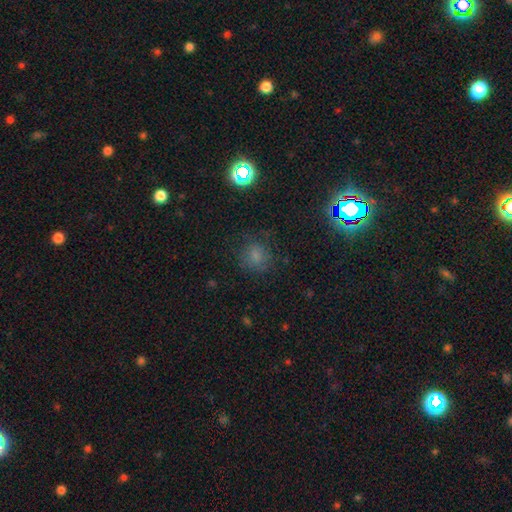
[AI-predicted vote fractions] This is likely a smooth galaxy (71%). How rounded: clearly round (85%). Merging: likely none (77%).